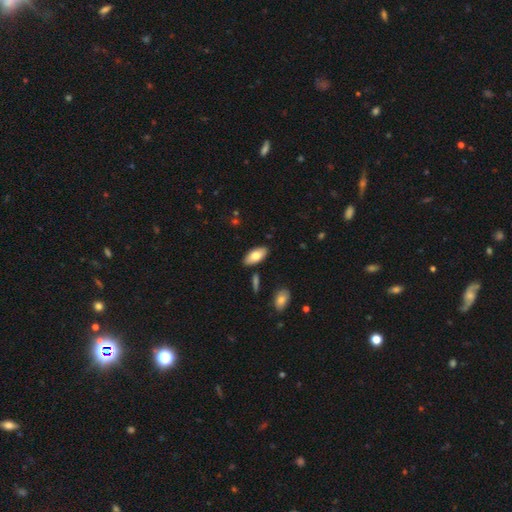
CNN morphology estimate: This is likely a smooth galaxy (77%). How rounded: clearly in between (92%). Merging: clearly none (86%).